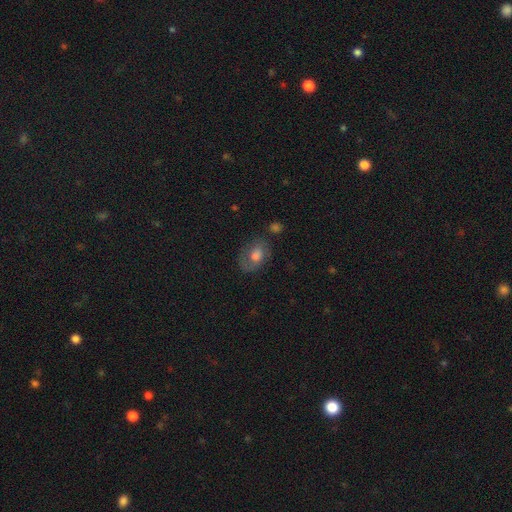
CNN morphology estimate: Smooth or featured?
  - smooth: 53% *
  - featured or disk: 36%
  - star or artifact: 11%
How rounded?
  - in between: 72% *
  - round: 26%
  - cigar-shaped: 1%
Merging?
  - none: 67% *
  - minor disturbance: 20%
  - major disturbance: 8%
  - merger: 4%